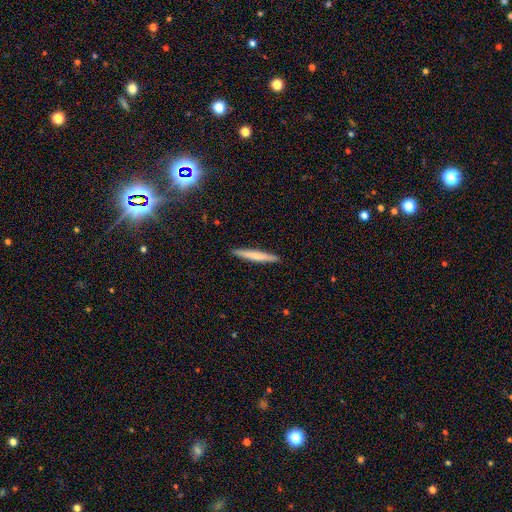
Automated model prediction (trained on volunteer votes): Smooth or featured: smooth — 63% (featured or disk — 32%)
How rounded: cigar-shaped — 96% (in between — 3%)
Merging: none — 92% (minor disturbance — 5%)